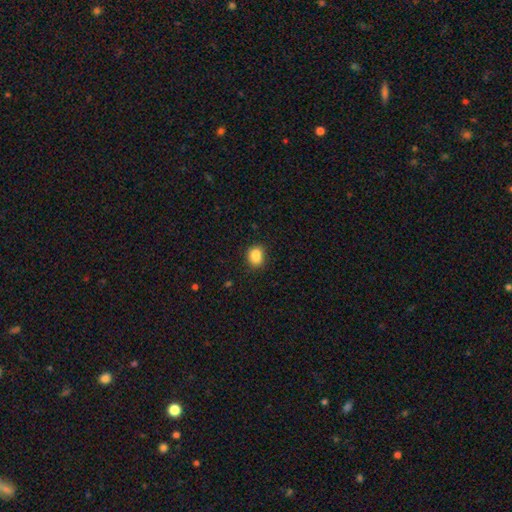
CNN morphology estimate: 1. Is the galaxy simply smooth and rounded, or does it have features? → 87% smooth, 10% star or artifact, 4% featured or disk.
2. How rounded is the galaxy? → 54% in between, 45% round, 1% cigar-shaped.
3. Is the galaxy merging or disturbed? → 79% none, 15% minor disturbance, 3% major disturbance, 3% merger.